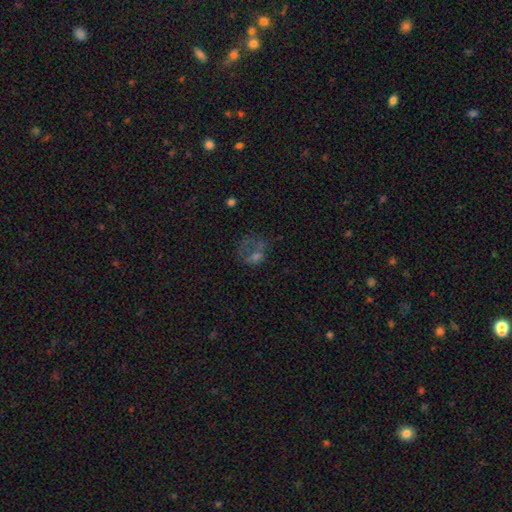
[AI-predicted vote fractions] Smooth or featured?
  - smooth: 40% *
  - featured or disk: 33%
  - star or artifact: 27%
Merging?
  - major disturbance: 40% *
  - none: 36%
  - minor disturbance: 18%
  - merger: 6%